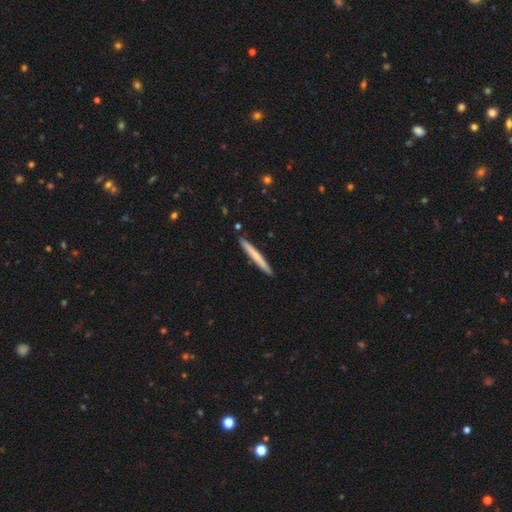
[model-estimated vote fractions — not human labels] Q: Smooth or featured?
A: smooth (65%); runner-up: featured or disk (30%)
Q: How rounded?
A: cigar-shaped (97%); runner-up: in between (2%)
Q: Merging?
A: none (92%); runner-up: minor disturbance (6%)